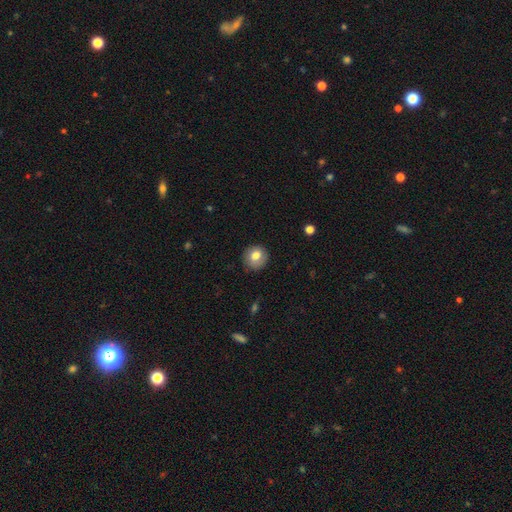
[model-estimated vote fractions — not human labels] This is likely a smooth galaxy (78%). How rounded: clearly round (90%). Merging: clearly none (86%).